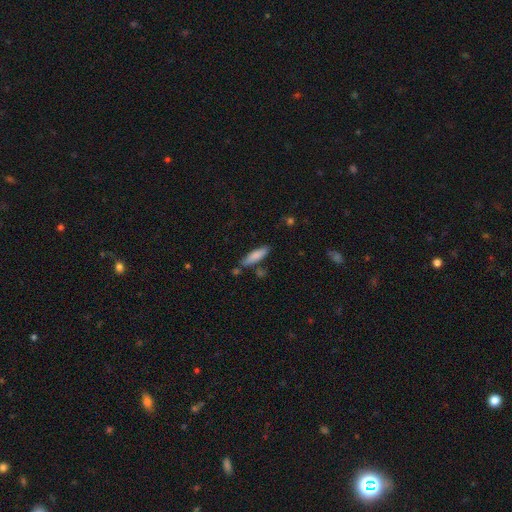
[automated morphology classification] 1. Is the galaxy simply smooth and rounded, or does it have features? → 81% smooth, 13% featured or disk, 6% star or artifact.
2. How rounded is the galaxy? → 70% cigar-shaped, 28% in between, 2% round.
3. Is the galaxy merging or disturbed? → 74% none, 16% minor disturbance, 7% merger, 3% major disturbance.